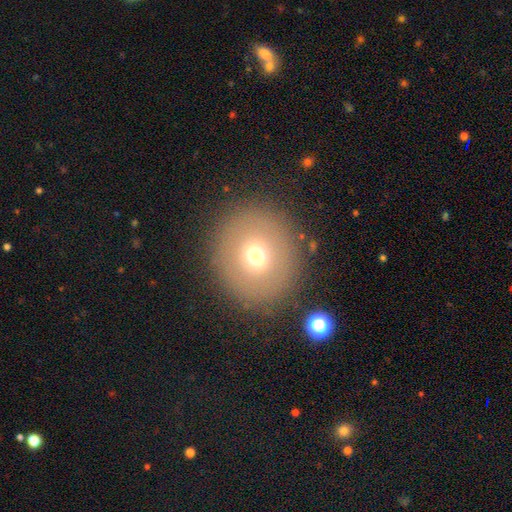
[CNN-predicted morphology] Q: Smooth or featured?
A: smooth (66%); runner-up: featured or disk (19%)
Q: How rounded?
A: round (87%); runner-up: in between (12%)
Q: Merging?
A: none (87%); runner-up: minor disturbance (7%)